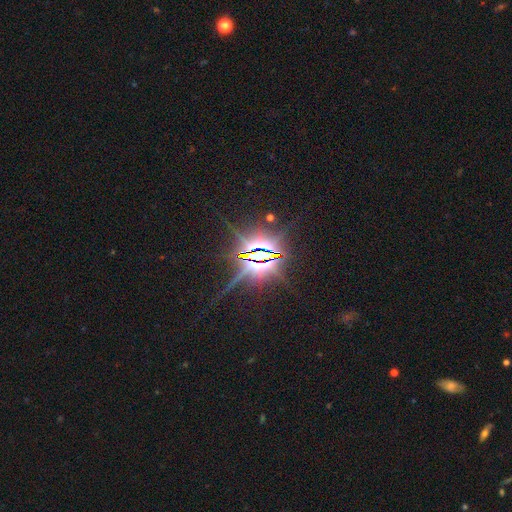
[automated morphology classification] Smooth or featured? star or artifact (83%)